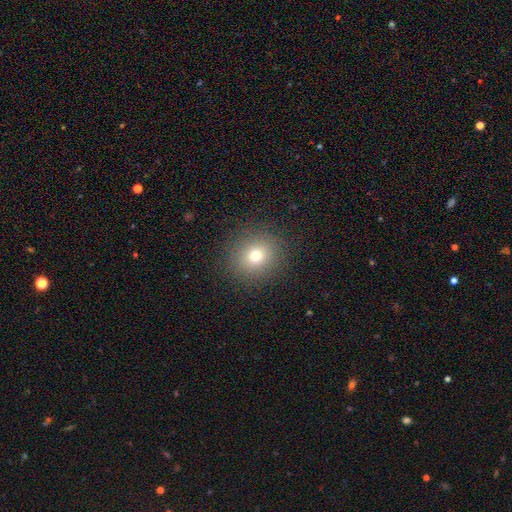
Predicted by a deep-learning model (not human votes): Q: Smooth or featured?
A: smooth (73%); runner-up: star or artifact (16%)
Q: How rounded?
A: round (85%); runner-up: in between (14%)
Q: Merging?
A: none (89%); runner-up: minor disturbance (7%)